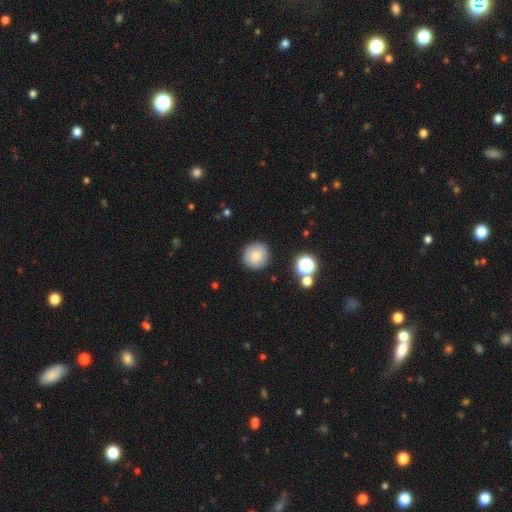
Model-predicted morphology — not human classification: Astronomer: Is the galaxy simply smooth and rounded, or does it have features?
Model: smooth — 82%.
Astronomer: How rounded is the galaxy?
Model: round — 94%.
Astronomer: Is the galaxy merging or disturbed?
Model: none — 88%.